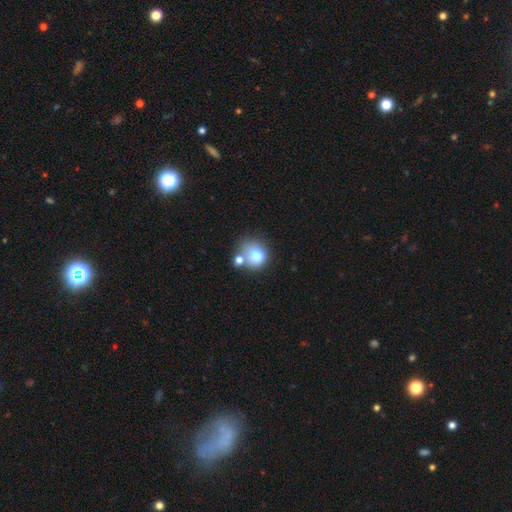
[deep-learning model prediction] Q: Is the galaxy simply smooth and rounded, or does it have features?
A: smooth — 78%.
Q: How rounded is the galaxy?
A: round — 77%.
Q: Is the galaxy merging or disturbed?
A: none — 43%.